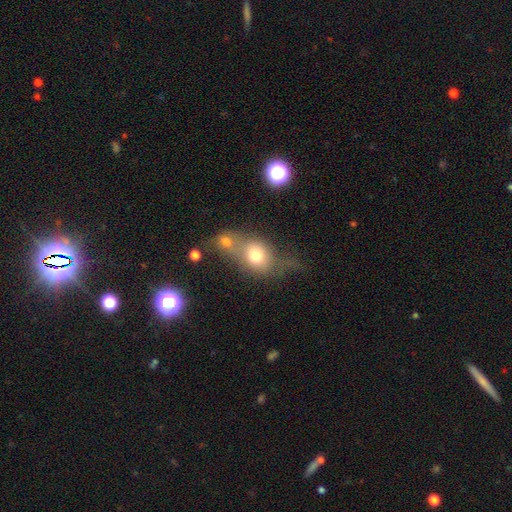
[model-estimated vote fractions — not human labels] Smooth or featured?
  - smooth: 68% *
  - featured or disk: 21%
  - star or artifact: 11%
How rounded?
  - in between: 52% *
  - round: 45%
  - cigar-shaped: 3%
Merging?
  - merger: 45% *
  - none: 26%
  - minor disturbance: 15%
  - major disturbance: 14%